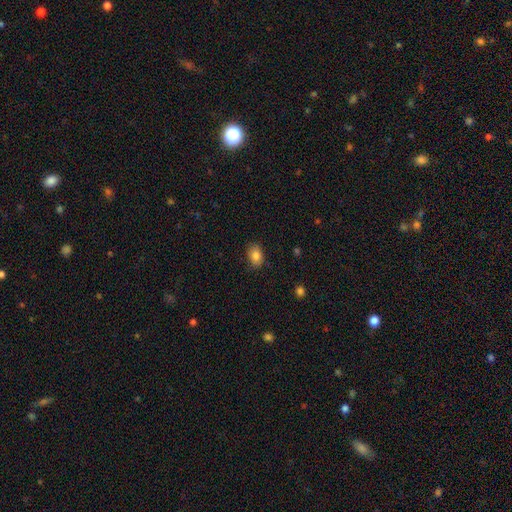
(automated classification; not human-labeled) Morphology: type=smooth (86%); roundness=in between (80%); merging=none (83%).